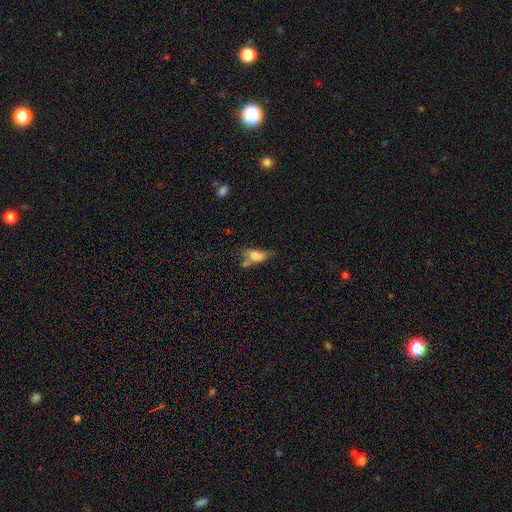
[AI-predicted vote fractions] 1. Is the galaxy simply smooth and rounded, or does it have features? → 58% smooth, 30% featured or disk, 12% star or artifact.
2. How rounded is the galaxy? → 77% in between, 14% cigar-shaped, 8% round.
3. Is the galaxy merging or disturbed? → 33% none, 28% merger, 23% minor disturbance, 16% major disturbance.